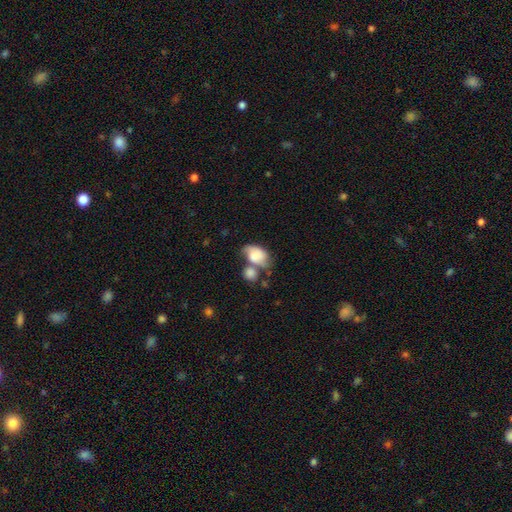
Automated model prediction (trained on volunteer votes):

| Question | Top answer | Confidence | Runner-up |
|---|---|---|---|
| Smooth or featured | smooth | 65% | featured or disk (27%) |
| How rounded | in between | 83% | round (15%) |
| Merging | merger | 44% | none (25%) |